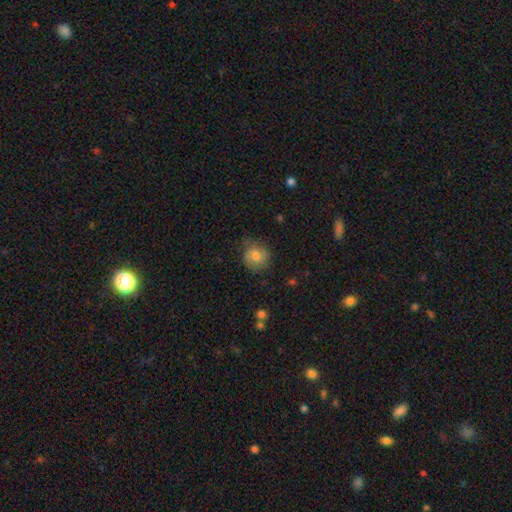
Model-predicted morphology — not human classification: type=smooth (53%); roundness=round (80%); merging=none (70%).